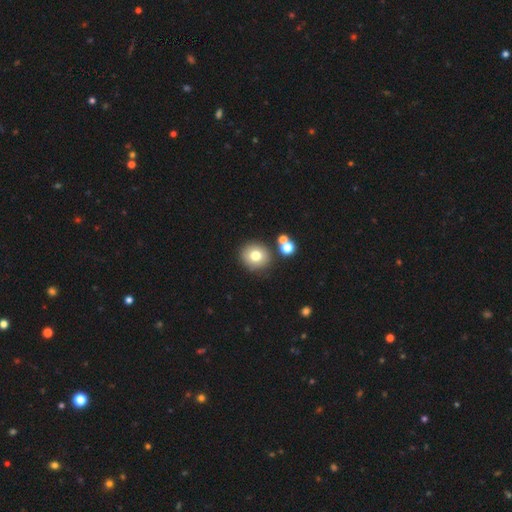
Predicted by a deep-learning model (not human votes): Q: Smooth or featured?
A: smooth (76%); runner-up: featured or disk (13%)
Q: How rounded?
A: round (89%); runner-up: in between (11%)
Q: Merging?
A: none (80%); runner-up: merger (9%)